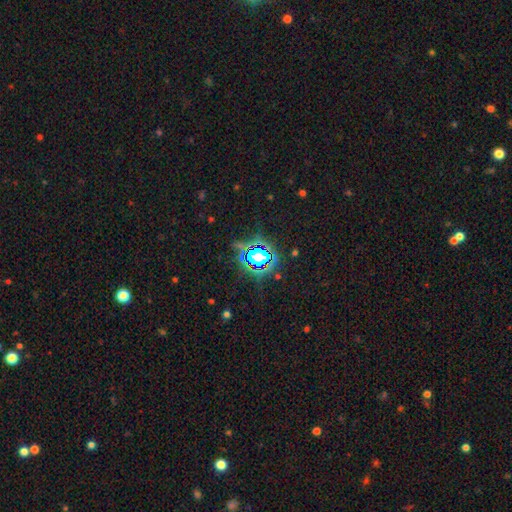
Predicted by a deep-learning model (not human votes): Morphology: type=star or artifact (77%).